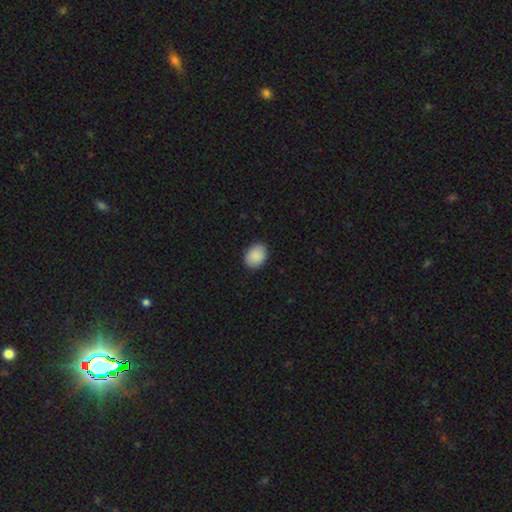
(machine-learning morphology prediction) Smooth or featured? Predicted: smooth (p=0.90). How rounded? Predicted: in between (p=0.67). Merging? Predicted: none (p=0.87).